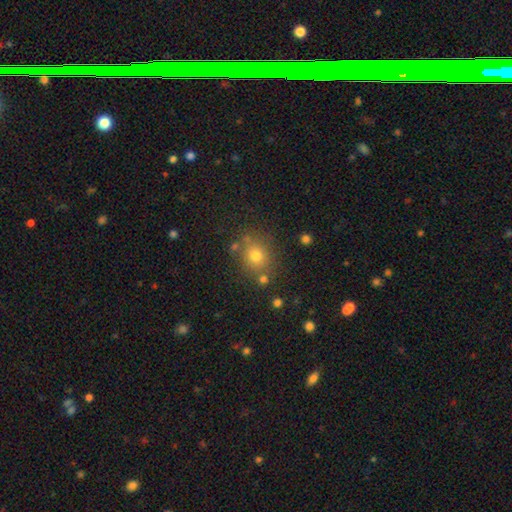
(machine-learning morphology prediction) This appears to be a smooth galaxy with no disk features (73%) that is round (76%). Merging: none (77%).